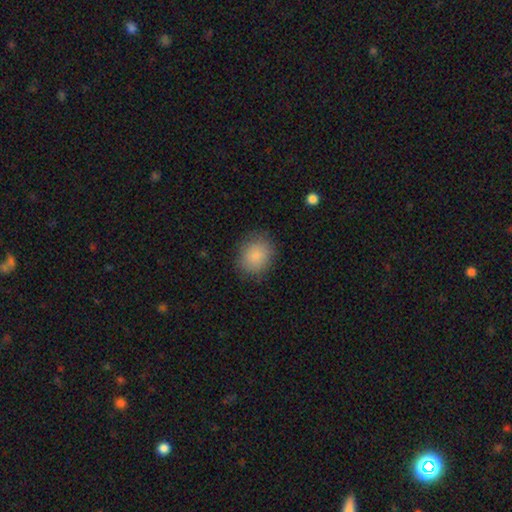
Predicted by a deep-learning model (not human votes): A smooth galaxy with no disk features (86%) that is round (70%). Merging: none (84%).